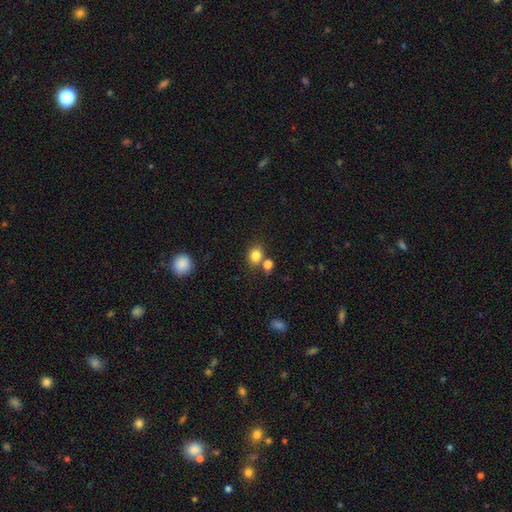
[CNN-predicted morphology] Overall: smooth (82%). How rounded: round (57%; in between 42%). Merging: none (64%).